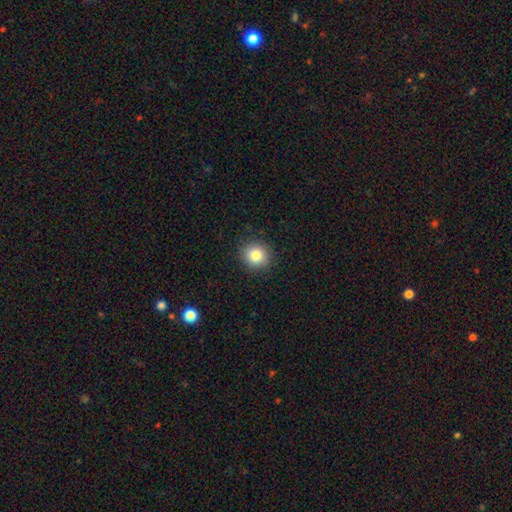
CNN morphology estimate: smooth-or-featured: smooth: 83% | star or artifact: 10% | featured or disk: 7%
  how-rounded: round: 87% | in between: 12% | cigar-shaped: 1%
  merging: none: 90% | minor disturbance: 7% | major disturbance: 2% | merger: 1%